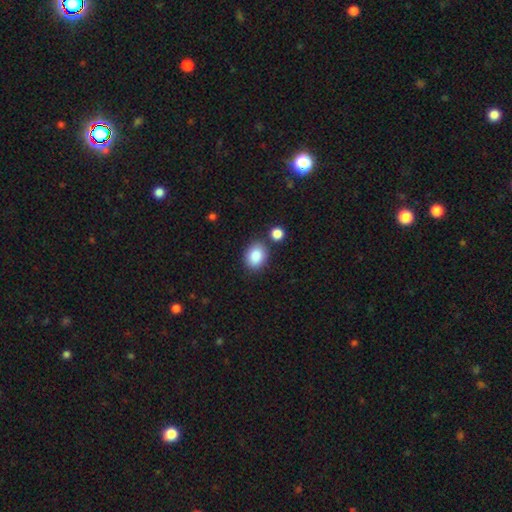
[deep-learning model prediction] Smooth or featured?
  - smooth: 87% *
  - star or artifact: 8%
  - featured or disk: 5%
How rounded?
  - in between: 61% *
  - round: 38%
  - cigar-shaped: 1%
Merging?
  - none: 79% *
  - minor disturbance: 11%
  - merger: 8%
  - major disturbance: 3%